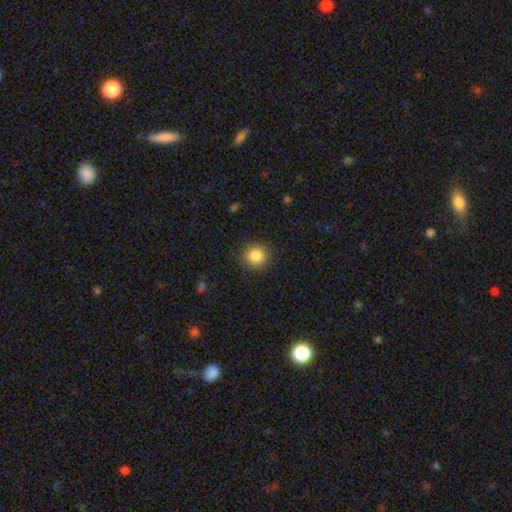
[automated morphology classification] This is clearly a smooth galaxy (85%). How rounded: clearly round (90%). Merging: clearly none (88%).